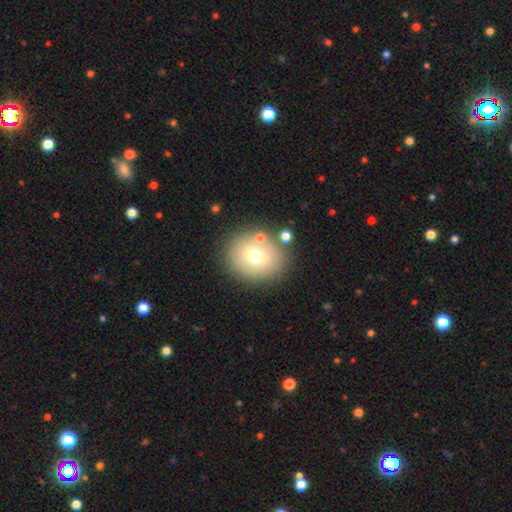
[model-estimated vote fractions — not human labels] Smooth or featured: smooth — 69% (featured or disk — 19%)
How rounded: round — 72% (in between — 27%)
Merging: none — 81% (minor disturbance — 10%)